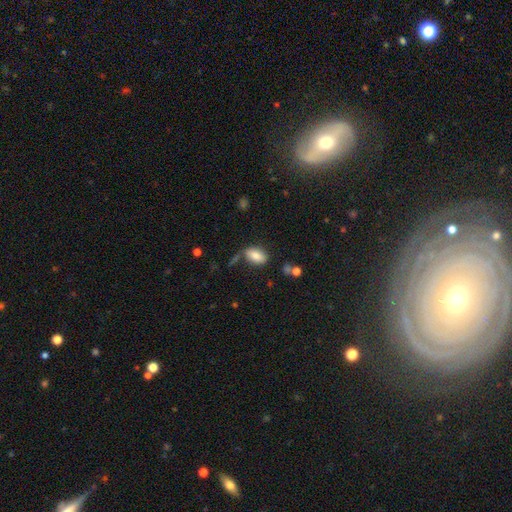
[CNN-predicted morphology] Smooth or featured?
  - smooth: 82% *
  - featured or disk: 10%
  - star or artifact: 8%
How rounded?
  - in between: 91% *
  - round: 6%
  - cigar-shaped: 3%
Merging?
  - none: 70% *
  - minor disturbance: 17%
  - merger: 8%
  - major disturbance: 5%